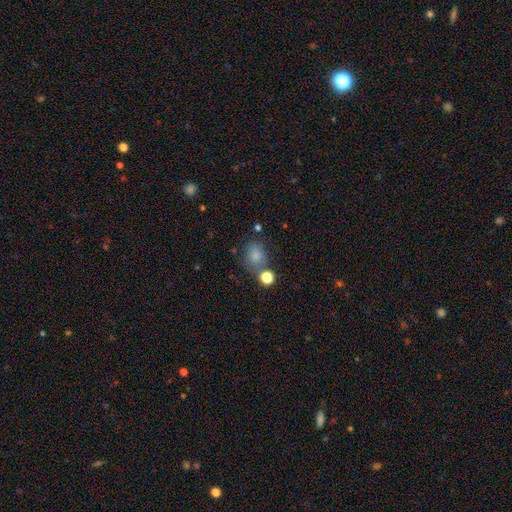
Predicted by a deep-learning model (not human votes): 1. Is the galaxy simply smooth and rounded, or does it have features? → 80% smooth, 13% star or artifact, 7% featured or disk.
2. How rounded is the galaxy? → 61% round, 38% in between, 1% cigar-shaped.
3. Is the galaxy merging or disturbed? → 64% none, 16% minor disturbance, 14% merger, 6% major disturbance.